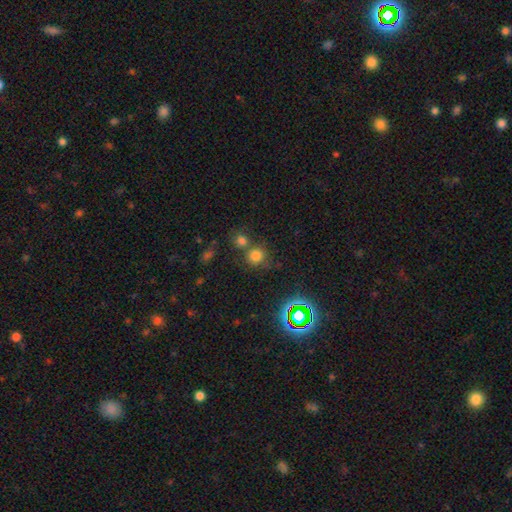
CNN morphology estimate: smooth_or_featured: smooth (p=0.71) [alt: star or artifact p=0.22]
how_rounded: round (p=0.88) [alt: in between p=0.11]
merging: none (p=0.60) [alt: merger p=0.26]